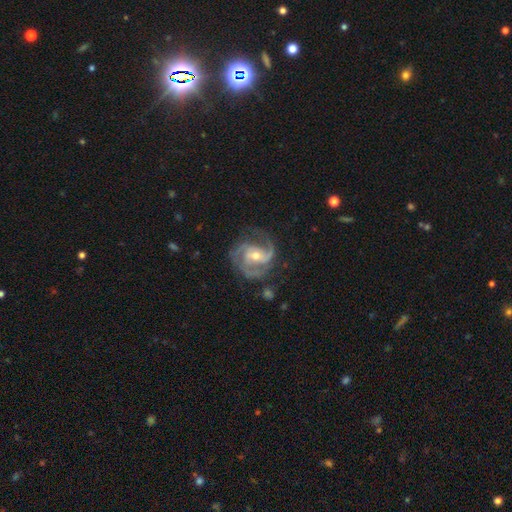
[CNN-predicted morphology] A featured or disk galaxy (91%) with no bar (47%), 3 (47%) medium (51%) spiral arms (98%) and a moderate central bulge (49%). Merging: none (68%).